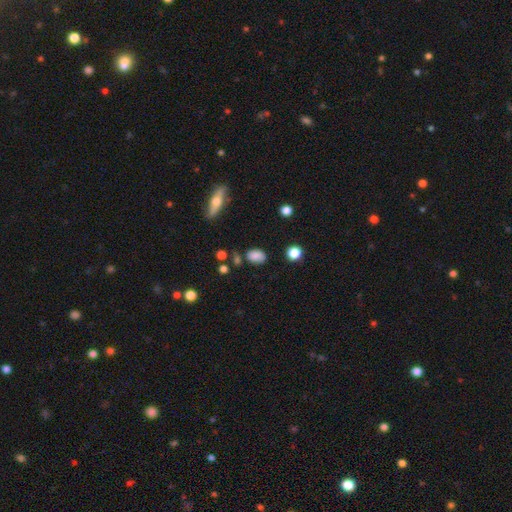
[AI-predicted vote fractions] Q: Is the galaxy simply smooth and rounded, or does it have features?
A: smooth — 81%.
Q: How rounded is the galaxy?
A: in between — 78%.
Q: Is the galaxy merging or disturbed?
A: none — 70%.